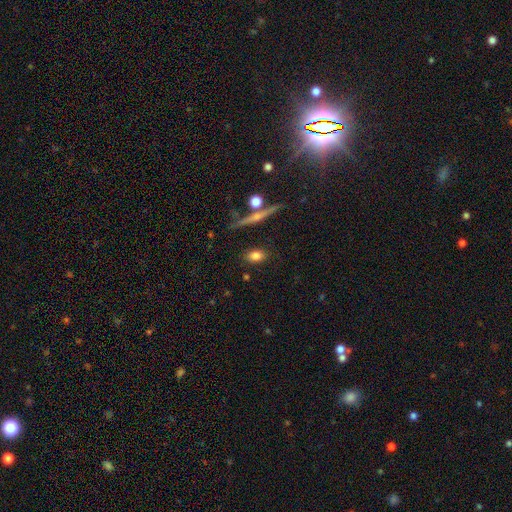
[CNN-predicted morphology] This is likely a smooth galaxy (77%). How rounded: likely in between (75%). Merging: clearly none (83%).